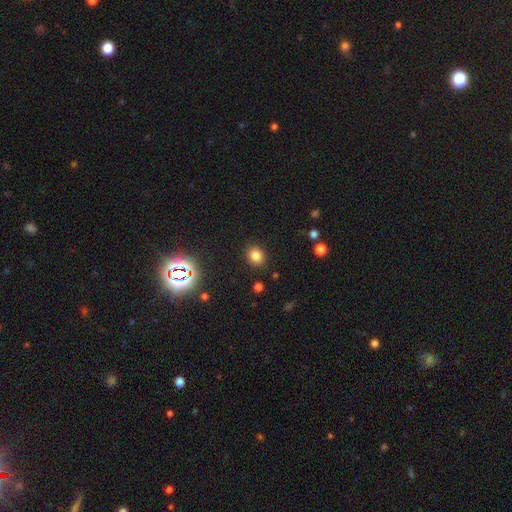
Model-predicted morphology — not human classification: The model was most divided on "how rounded": round: 63%, in between: 36%, cigar-shaped: 1%. More confident: merging — none (88%); smooth or featured — smooth (80%).